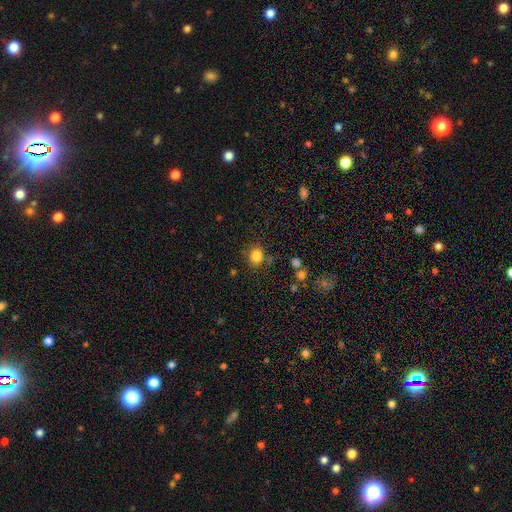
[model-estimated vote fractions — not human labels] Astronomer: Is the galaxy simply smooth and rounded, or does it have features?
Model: smooth — 83%.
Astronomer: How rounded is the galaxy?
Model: round — 78%.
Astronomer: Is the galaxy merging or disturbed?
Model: none — 81%.